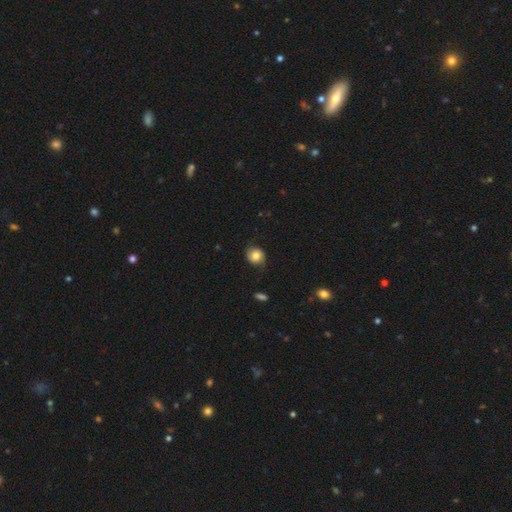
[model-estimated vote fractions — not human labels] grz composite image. It shows a smooth galaxy with no disk features (66%) that is round (74%). Merging: none (71%).